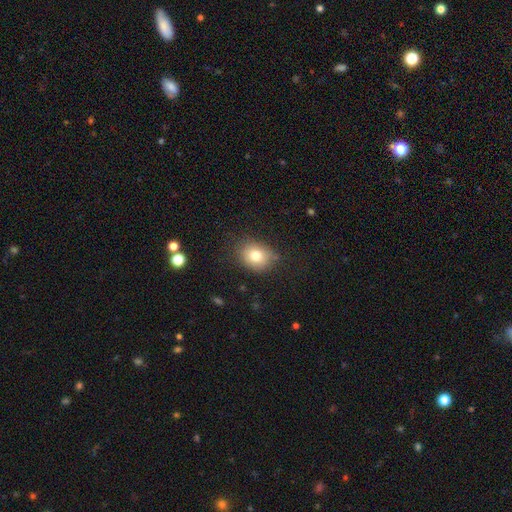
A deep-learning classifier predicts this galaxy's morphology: The model was most divided on "how rounded": round: 51%, in between: 48%, cigar-shaped: 1%. More confident: smooth or featured — smooth (77%); merging — none (75%).